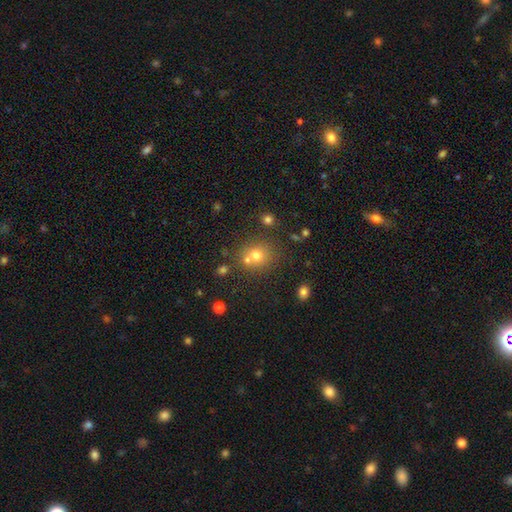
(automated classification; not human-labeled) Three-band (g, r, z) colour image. It shows a smooth galaxy with no disk features (69%) that is round (81%). Merging: none (59%).